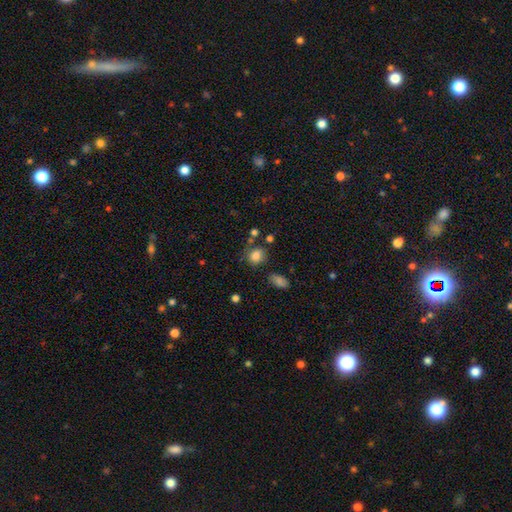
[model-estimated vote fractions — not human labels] This appears to be a smooth galaxy with no disk features (81%) that is round (54%). Merging: none (63%).